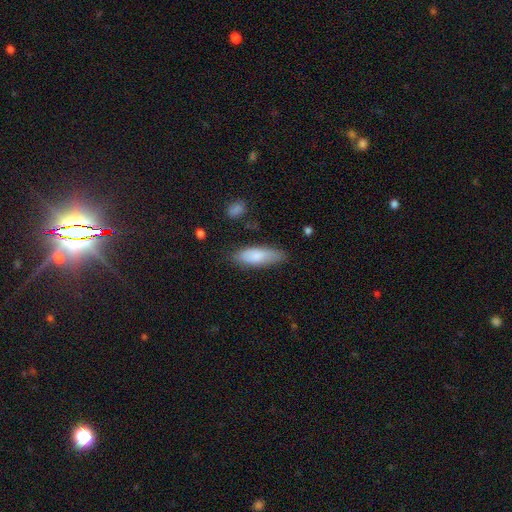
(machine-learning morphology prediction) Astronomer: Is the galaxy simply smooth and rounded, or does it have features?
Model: smooth — 80%.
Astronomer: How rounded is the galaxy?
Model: in between — 58% (runner-up: cigar-shaped, 40%).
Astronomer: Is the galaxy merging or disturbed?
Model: none — 76%.